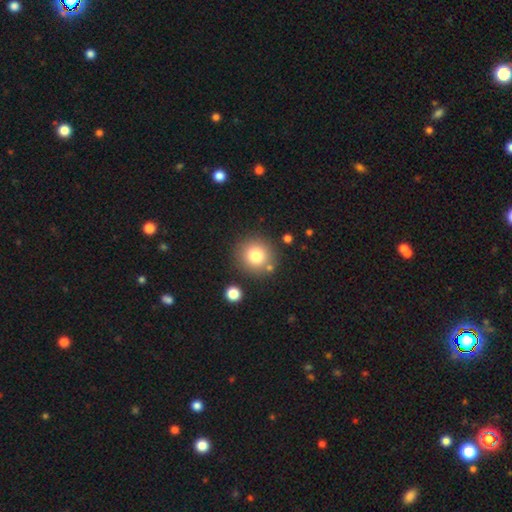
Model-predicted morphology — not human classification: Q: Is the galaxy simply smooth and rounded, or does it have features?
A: smooth — 79%.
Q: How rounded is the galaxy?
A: round — 93%.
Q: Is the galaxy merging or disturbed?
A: none — 82%.